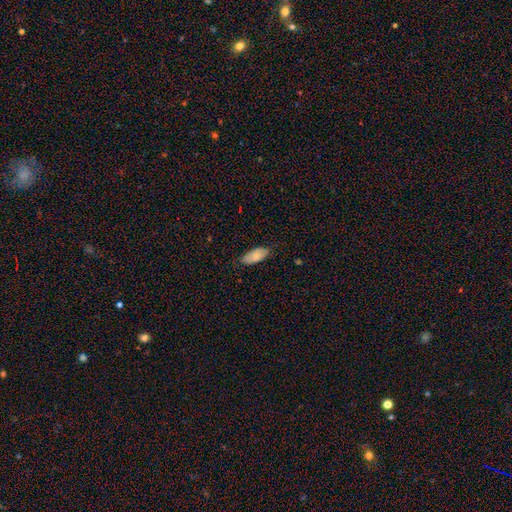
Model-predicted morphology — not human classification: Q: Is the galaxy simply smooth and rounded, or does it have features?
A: smooth — 77%.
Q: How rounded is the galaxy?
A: in between — 90%.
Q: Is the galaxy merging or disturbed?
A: none — 76%.